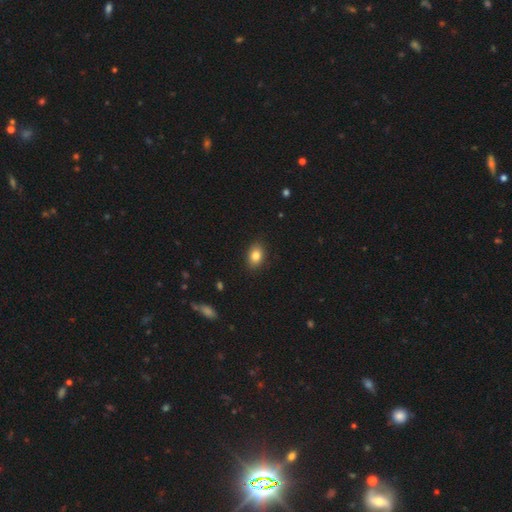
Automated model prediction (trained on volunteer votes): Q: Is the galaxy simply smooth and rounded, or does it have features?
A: smooth — 84%.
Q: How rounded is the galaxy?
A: in between — 80%.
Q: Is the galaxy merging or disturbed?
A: none — 87%.